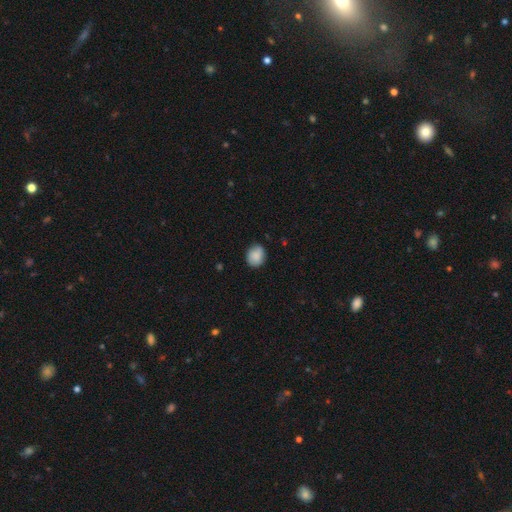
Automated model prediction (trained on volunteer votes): Morphology: type=smooth (87%); roundness=round (63%); merging=none (78%).